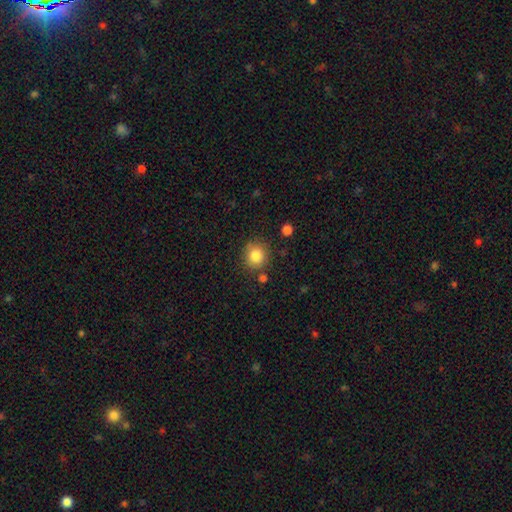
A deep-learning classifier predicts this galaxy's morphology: A smooth galaxy with no disk features (85%) that is round (87%). Merging: none (81%).